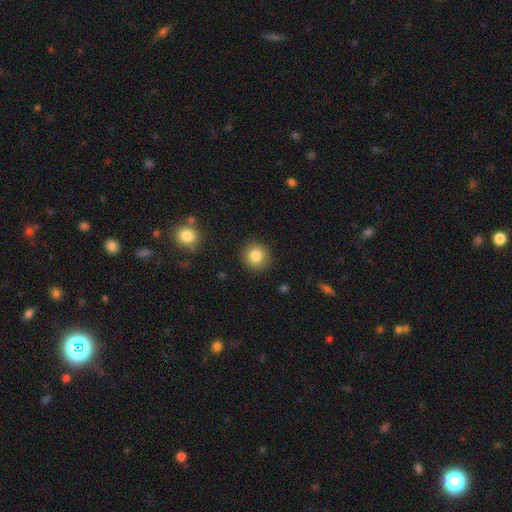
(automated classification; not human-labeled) Smooth or featured? smooth (83%)
How rounded? round (91%)
Merging? none (90%)